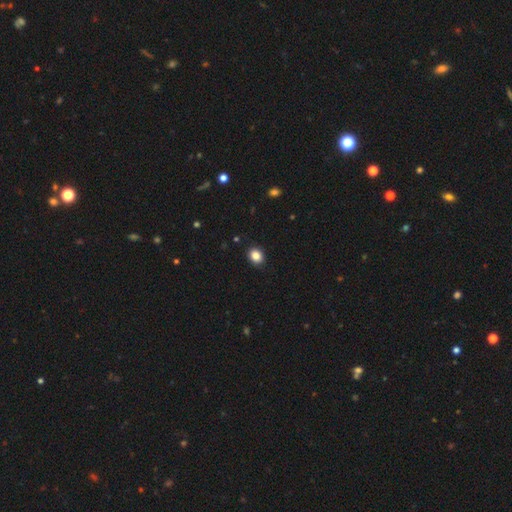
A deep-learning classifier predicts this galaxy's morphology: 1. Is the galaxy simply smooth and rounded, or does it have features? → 86% smooth, 10% star or artifact, 4% featured or disk.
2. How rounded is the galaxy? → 58% round, 41% in between, 1% cigar-shaped.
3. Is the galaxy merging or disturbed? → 90% none, 7% minor disturbance, 2% major disturbance, 1% merger.